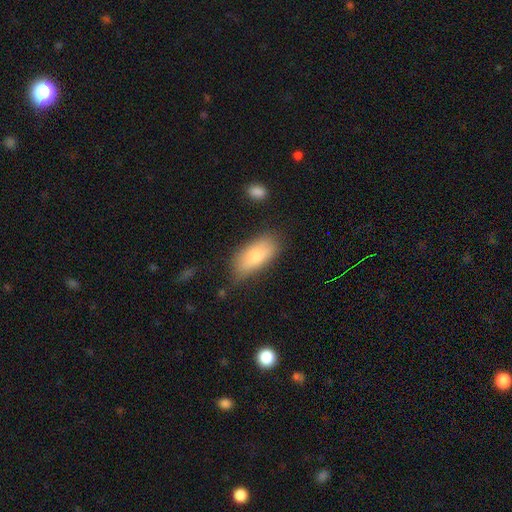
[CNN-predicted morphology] type=smooth (76%); roundness=in between (86%); merging=none (67%).